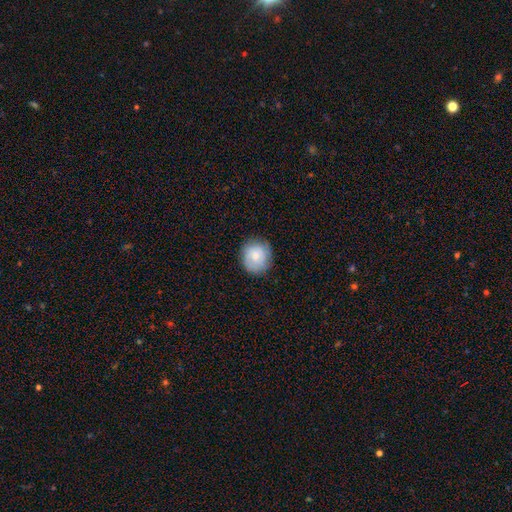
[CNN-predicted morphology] Smooth or featured? smooth (79%)
How rounded? round (85%)
Merging? none (81%)